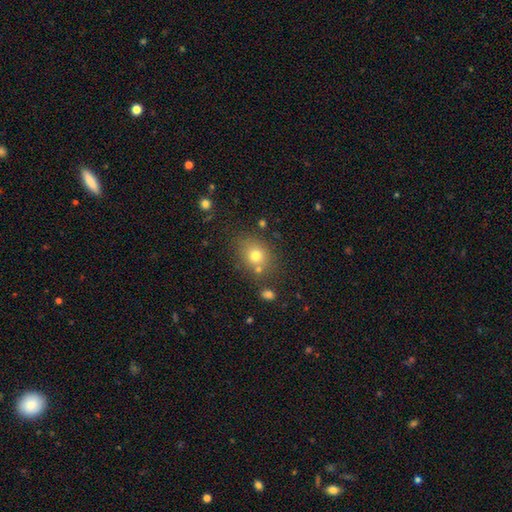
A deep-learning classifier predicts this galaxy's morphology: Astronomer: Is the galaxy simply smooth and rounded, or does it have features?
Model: smooth — 74%.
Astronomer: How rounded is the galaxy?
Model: round — 59% (runner-up: in between, 40%).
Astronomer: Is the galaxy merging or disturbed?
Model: none — 72%.